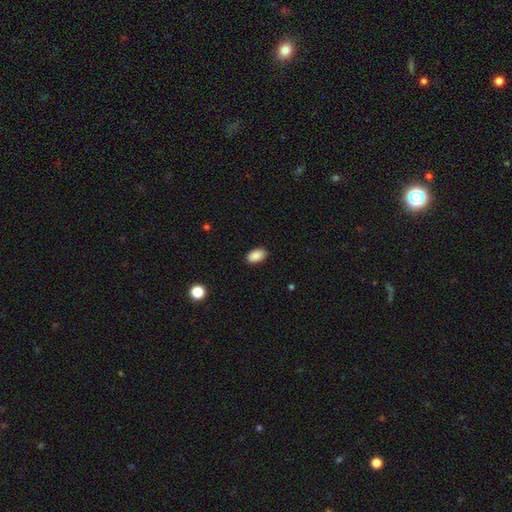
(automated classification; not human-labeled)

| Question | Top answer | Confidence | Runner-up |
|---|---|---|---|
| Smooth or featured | smooth | 89% | star or artifact (8%) |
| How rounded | in between | 93% | round (6%) |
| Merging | none | 87% | minor disturbance (9%) |